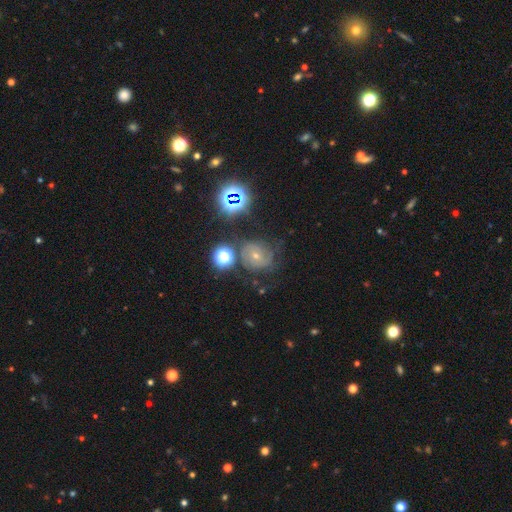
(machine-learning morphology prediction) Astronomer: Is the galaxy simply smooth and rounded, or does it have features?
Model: featured or disk — 49% (runner-up: star or artifact, 26%).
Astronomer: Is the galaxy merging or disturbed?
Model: none — 58%.